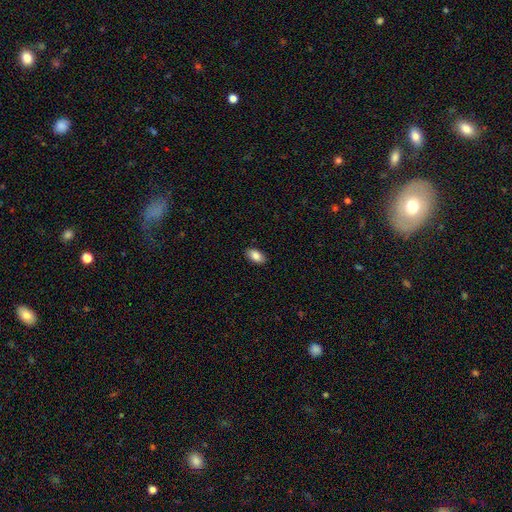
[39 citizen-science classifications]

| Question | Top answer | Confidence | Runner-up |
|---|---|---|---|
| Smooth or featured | smooth | 92% | featured or disk (5%) |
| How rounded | in between | 94% | round (6%) |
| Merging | none | 89% | minor disturbance (8%) |